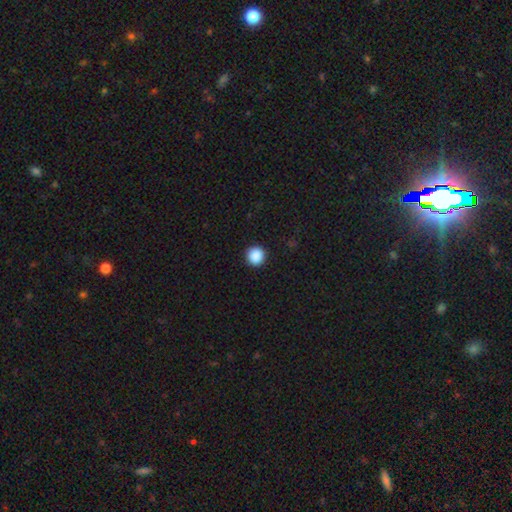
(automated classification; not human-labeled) smooth 89%, star or artifact 9%, featured or disk 2%. Down the decision tree: how rounded — round (95%); merging — none (93%).